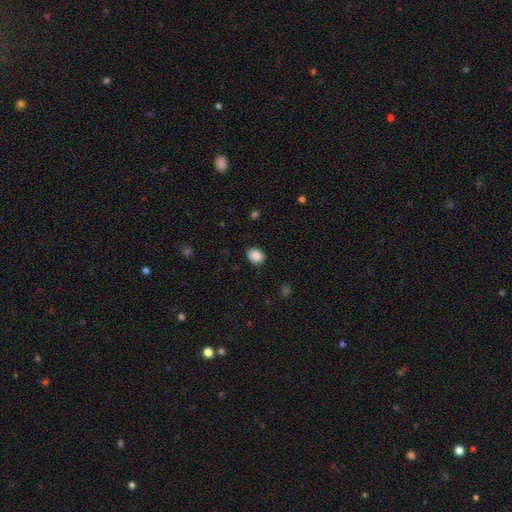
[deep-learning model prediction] Q: Smooth or featured?
A: smooth (88%); runner-up: star or artifact (8%)
Q: How rounded?
A: in between (51%); runner-up: round (48%)
Q: Merging?
A: none (89%); runner-up: minor disturbance (8%)